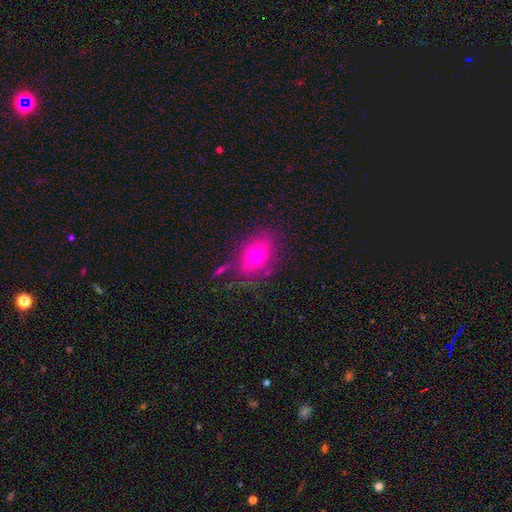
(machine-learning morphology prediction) Q: Smooth or featured?
A: smooth (69%); runner-up: featured or disk (20%)
Q: How rounded?
A: in between (73%); runner-up: round (24%)
Q: Merging?
A: none (72%); runner-up: minor disturbance (17%)